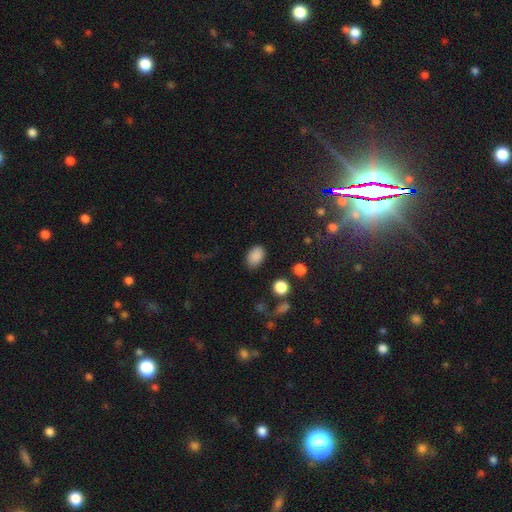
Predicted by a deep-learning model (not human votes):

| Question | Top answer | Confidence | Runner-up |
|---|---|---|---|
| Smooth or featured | smooth | 87% | star or artifact (9%) |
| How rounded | in between | 86% | round (13%) |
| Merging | none | 83% | minor disturbance (12%) |